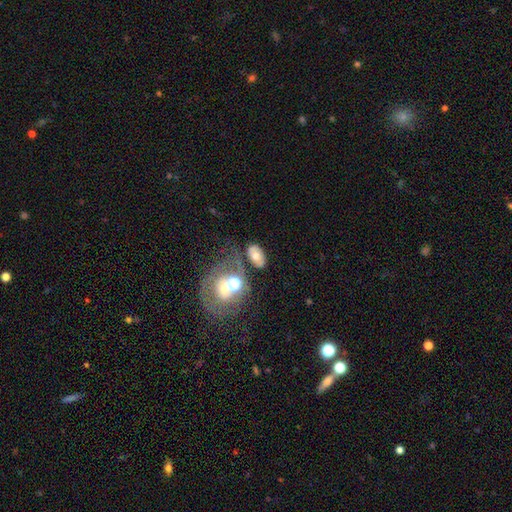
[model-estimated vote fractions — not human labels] This is possibly a smooth galaxy (57%). How rounded: clearly in between (82%). Merging: possibly none (59%).